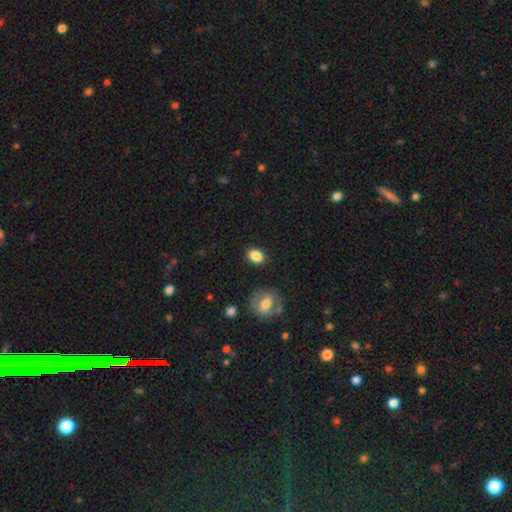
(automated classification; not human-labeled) smooth-or-featured: smooth: 86% | star or artifact: 8% | featured or disk: 6%
  how-rounded: in between: 77% | round: 21% | cigar-shaped: 2%
  merging: none: 85% | minor disturbance: 10% | major disturbance: 3% | merger: 2%